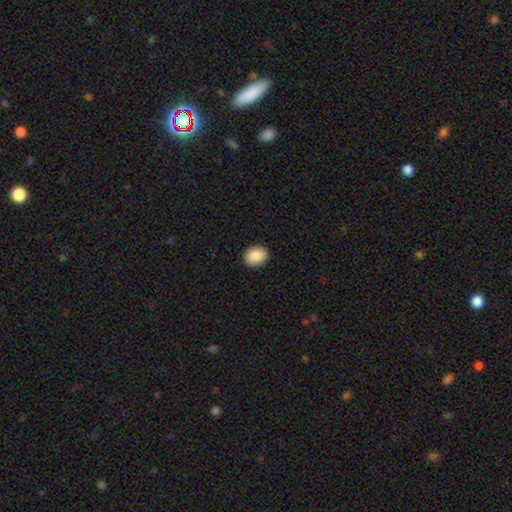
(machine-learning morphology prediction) Smooth or featured? Predicted: smooth (p=0.90). How rounded? Predicted: in between (p=0.67). Merging? Predicted: none (p=0.90).